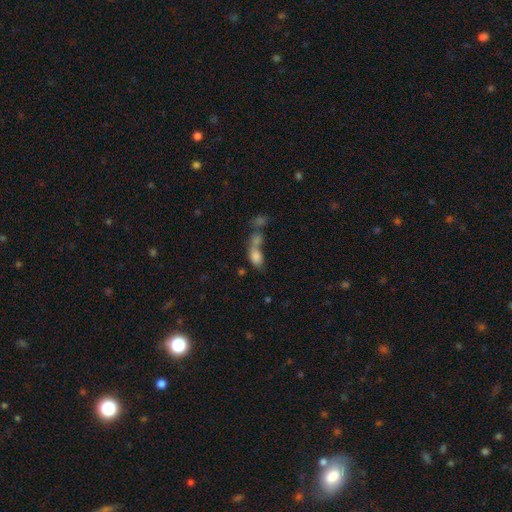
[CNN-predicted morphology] The model was most divided on "merging": merger: 62%, none: 22%, minor disturbance: 8%, major disturbance: 8%. More confident: how rounded — in between (80%); smooth or featured — smooth (75%).